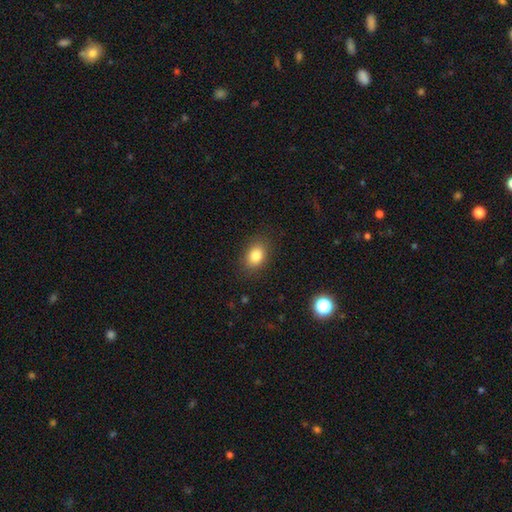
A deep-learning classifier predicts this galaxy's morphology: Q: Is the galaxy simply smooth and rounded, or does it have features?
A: smooth — 84%.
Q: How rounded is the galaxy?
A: in between — 75%.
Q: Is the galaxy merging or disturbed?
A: none — 85%.